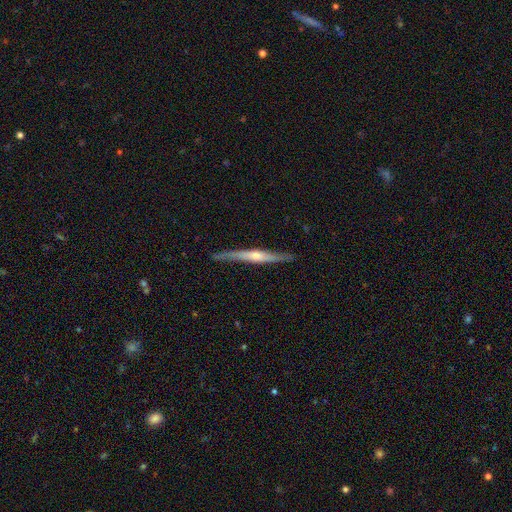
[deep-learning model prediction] A featured or disk galaxy (70%) viewed edge-on (97%) with a rounded central bulge (68%). Merging: none (86%).